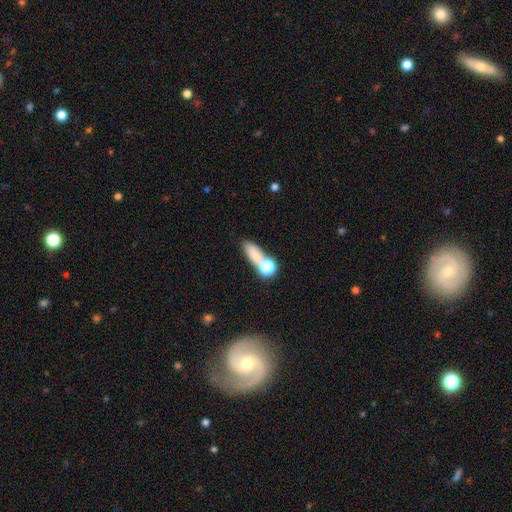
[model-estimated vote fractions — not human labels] Smooth or featured? Predicted: smooth (p=0.72). How rounded? Predicted: in between (p=0.53). Merging? Predicted: none (p=0.49).